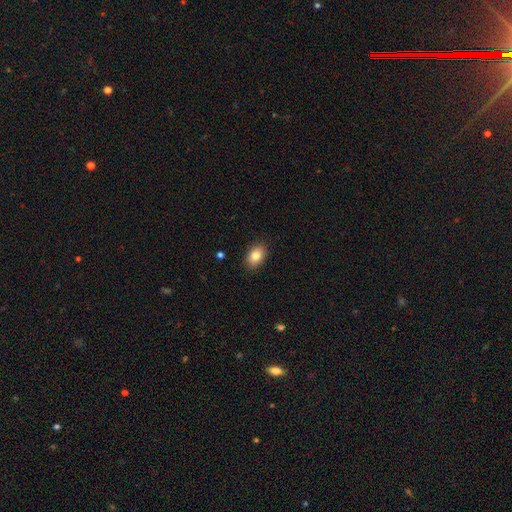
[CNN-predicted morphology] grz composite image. It shows a smooth galaxy with no disk features (82%) that is in between round and cigar-shaped (84%). Merging: none (89%).